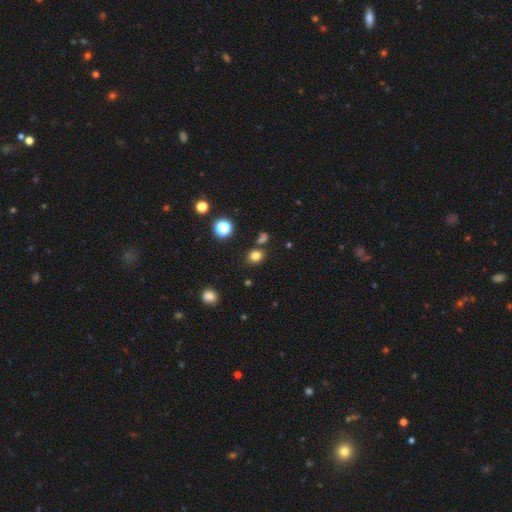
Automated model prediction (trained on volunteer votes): smooth 78%, star or artifact 17%, featured or disk 6%. Down the decision tree: how rounded — round (73%); merging — none (79%).